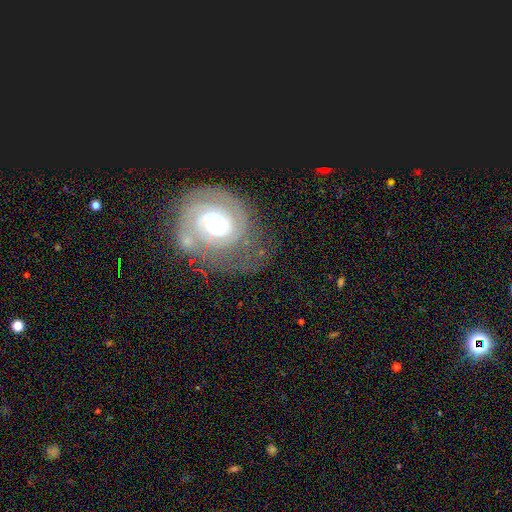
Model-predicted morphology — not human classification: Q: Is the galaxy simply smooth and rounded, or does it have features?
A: featured or disk — 72%.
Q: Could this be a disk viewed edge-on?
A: no — 97%.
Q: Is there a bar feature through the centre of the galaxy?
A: no — 43%.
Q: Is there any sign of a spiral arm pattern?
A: yes — 81%.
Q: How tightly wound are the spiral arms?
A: tight — 62%.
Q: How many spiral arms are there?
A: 2 — 38%.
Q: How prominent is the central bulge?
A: moderate — 53%.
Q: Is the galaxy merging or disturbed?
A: none — 60%.